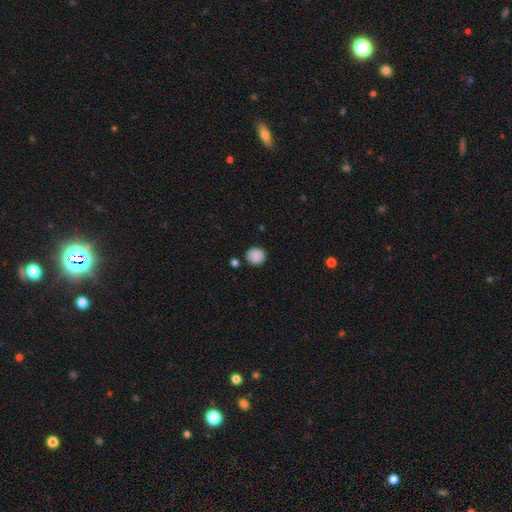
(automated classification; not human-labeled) This appears to be a smooth galaxy with no disk features (87%) that is round (90%). Merging: none (83%).